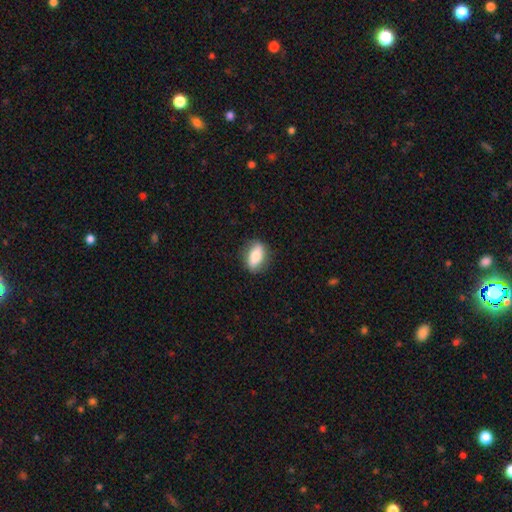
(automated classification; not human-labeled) Smooth or featured? Predicted: smooth (p=0.72). How rounded? Predicted: in between (p=0.82). Merging? Predicted: none (p=0.84).